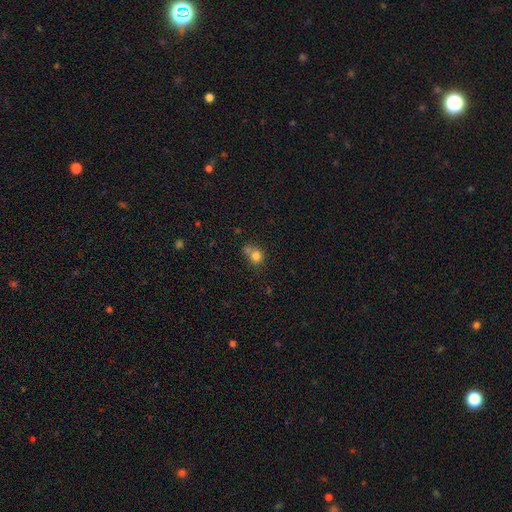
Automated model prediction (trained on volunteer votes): smooth 78%, star or artifact 13%, featured or disk 9%. Down the decision tree: how rounded — round (75%); merging — none (45%).